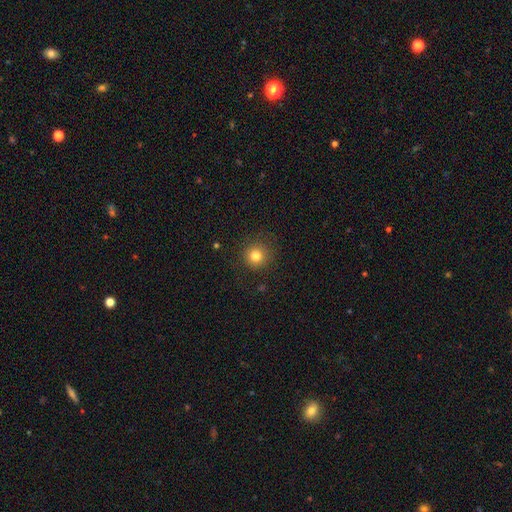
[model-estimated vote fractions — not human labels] Morphology: type=smooth (80%); roundness=round (94%); merging=none (89%).